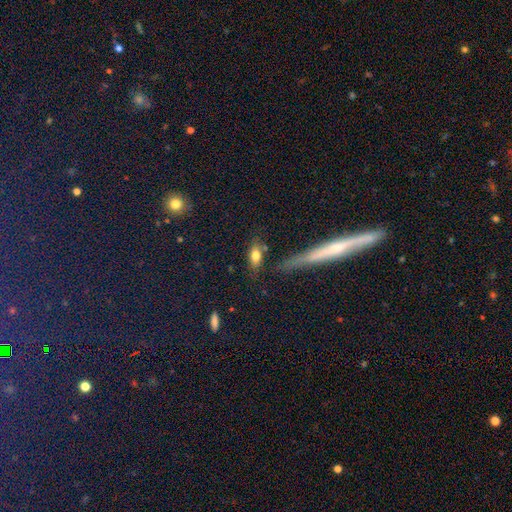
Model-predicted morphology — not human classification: smooth 76%, featured or disk 14%, star or artifact 9%. Down the decision tree: how rounded — in between (80%); merging — none (73%).